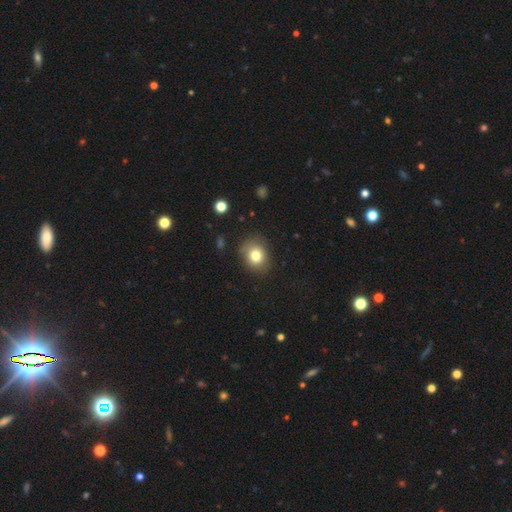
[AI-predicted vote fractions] This is likely a smooth galaxy (79%). How rounded: likely round (63%). Merging: likely none (78%).